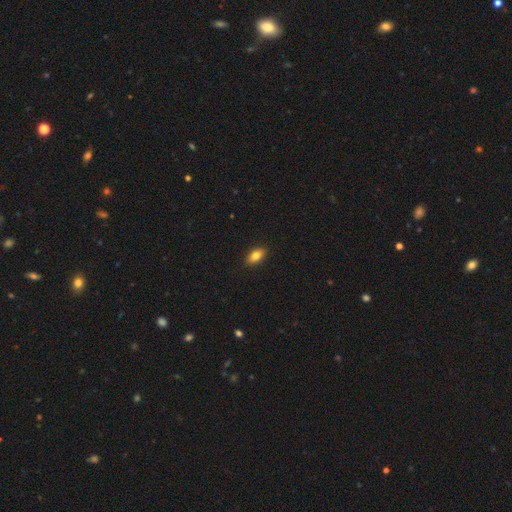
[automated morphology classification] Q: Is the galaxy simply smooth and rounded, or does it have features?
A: smooth — 82%.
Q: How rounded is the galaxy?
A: in between — 89%.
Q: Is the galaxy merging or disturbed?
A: none — 90%.